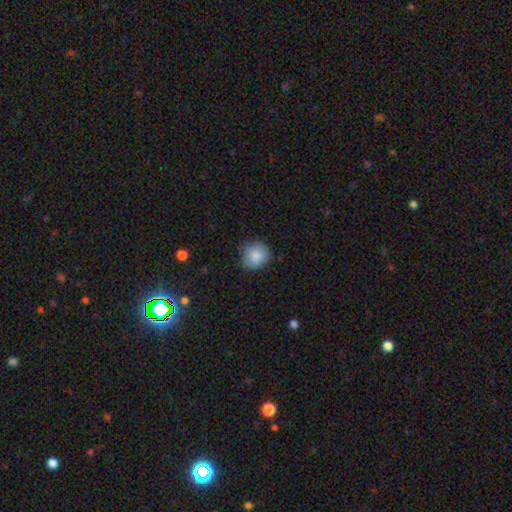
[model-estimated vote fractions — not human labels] A smooth galaxy with no disk features (86%) that is round (84%).

Vote fractions:
- Smooth or featured? smooth: 86% / star or artifact: 8% / featured or disk: 6%
- How rounded? round: 84% / in between: 15% / cigar-shaped: 1%
- Merging? none: 77% / minor disturbance: 18% / major disturbance: 4% / merger: 1%